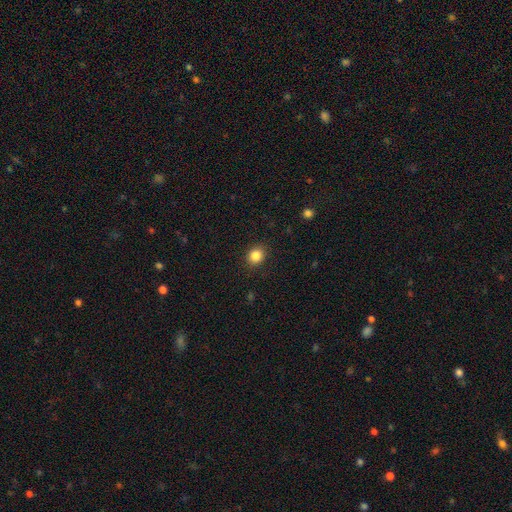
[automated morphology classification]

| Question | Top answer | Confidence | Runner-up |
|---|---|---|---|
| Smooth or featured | smooth | 85% | star or artifact (11%) |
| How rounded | round | 73% | in between (26%) |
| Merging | none | 90% | minor disturbance (7%) |